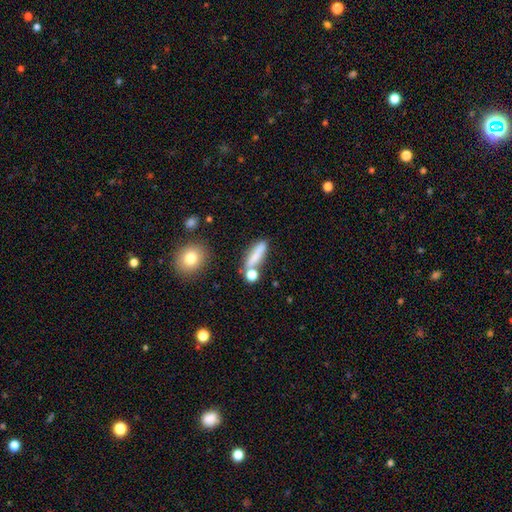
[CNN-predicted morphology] A smooth galaxy with no disk features (73%) that is cigar-shaped (66%).

Vote fractions:
- Smooth or featured? smooth: 73% / featured or disk: 17% / star or artifact: 10%
- How rounded? cigar-shaped: 66% / in between: 27% / round: 7%
- Merging? none: 62% / merger: 17% / minor disturbance: 15% / major disturbance: 6%